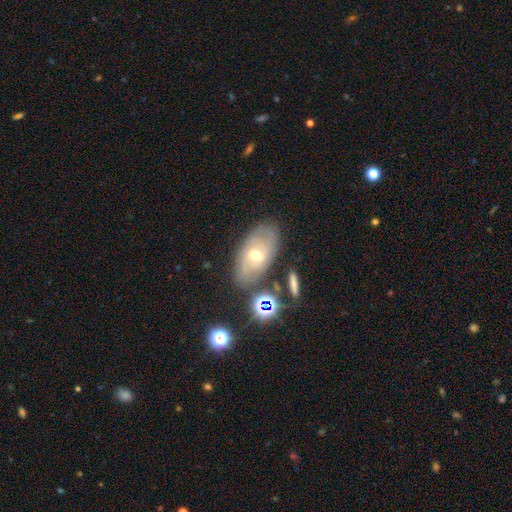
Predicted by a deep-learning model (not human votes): This appears to be a featured or disk galaxy (57%) with no bar (67%), spiral arms (67%) and a moderate central bulge (61%). Merging: none (73%).